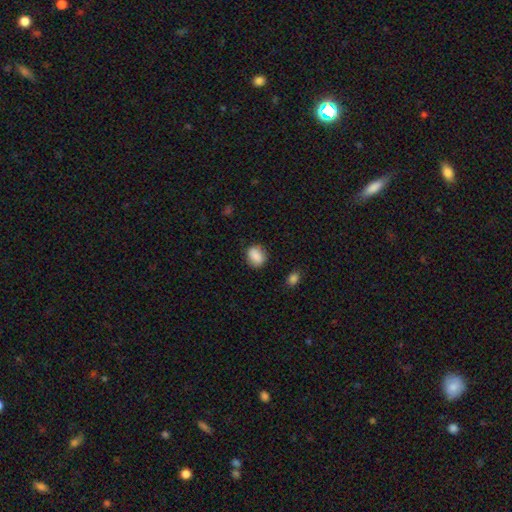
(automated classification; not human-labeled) Smooth or featured? smooth (85%)
How rounded? round (50%)
Merging? none (78%)